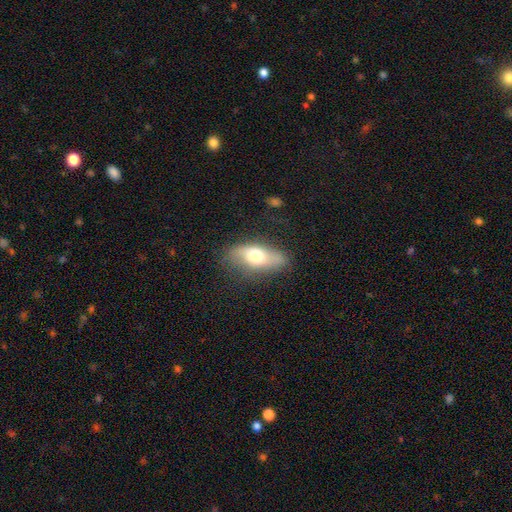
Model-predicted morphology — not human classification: Q: Smooth or featured?
A: smooth (61%); runner-up: featured or disk (32%)
Q: How rounded?
A: in between (75%); runner-up: cigar-shaped (20%)
Q: Merging?
A: none (66%); runner-up: minor disturbance (23%)